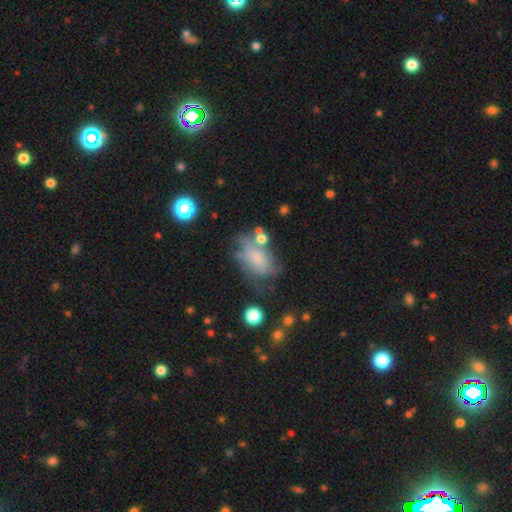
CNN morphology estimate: Smooth or featured? Predicted: smooth (p=0.53). How rounded? Predicted: in between (p=0.87). Merging? Predicted: none (p=0.41).